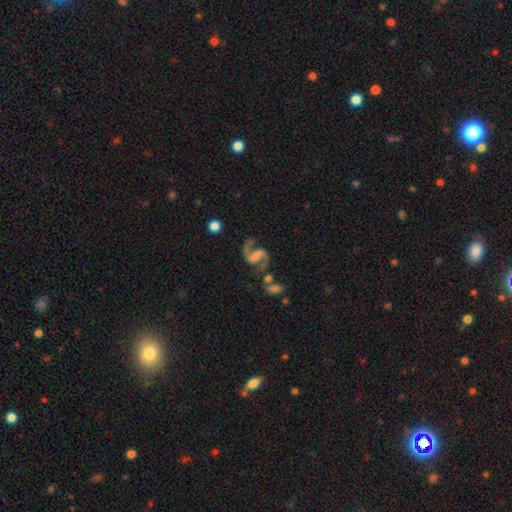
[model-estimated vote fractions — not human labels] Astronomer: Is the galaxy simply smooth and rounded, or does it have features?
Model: featured or disk — 91%.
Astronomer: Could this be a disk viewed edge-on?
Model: no — 98%.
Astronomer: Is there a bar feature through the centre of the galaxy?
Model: weak — 45% (runner-up: no, 32%).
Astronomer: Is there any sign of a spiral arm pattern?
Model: yes — 98%.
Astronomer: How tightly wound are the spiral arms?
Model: medium — 53% (runner-up: loose, 38%).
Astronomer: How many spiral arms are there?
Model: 2 — 94%.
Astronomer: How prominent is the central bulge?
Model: none — 46% (runner-up: small, 24%).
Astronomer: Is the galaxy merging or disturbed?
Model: none — 63%.